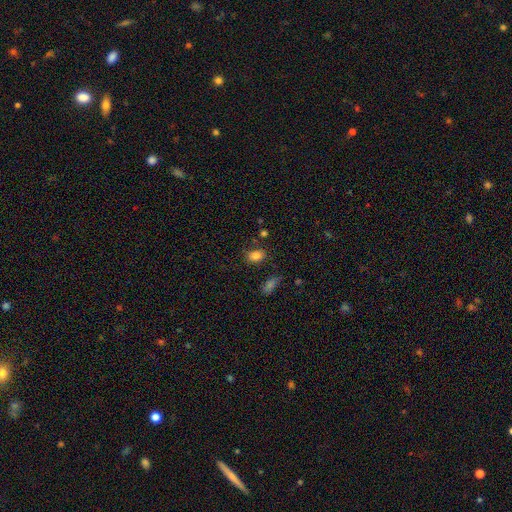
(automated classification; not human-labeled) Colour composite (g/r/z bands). It shows a smooth galaxy with no disk features (83%) that is in between round and cigar-shaped (79%). Merging: none (74%).